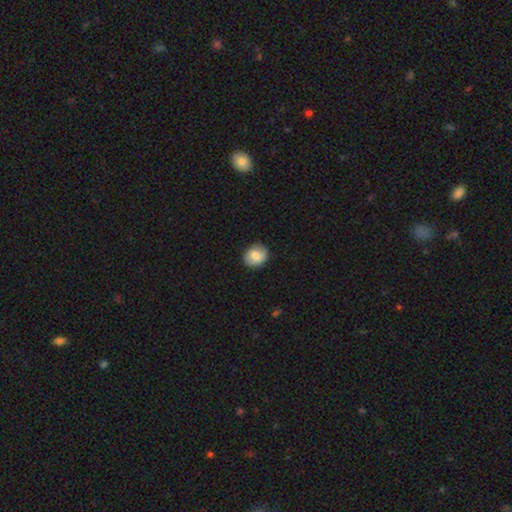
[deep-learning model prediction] smooth 76%, featured or disk 16%, star or artifact 7%. Down the decision tree: how rounded — round (65%); merging — none (87%).